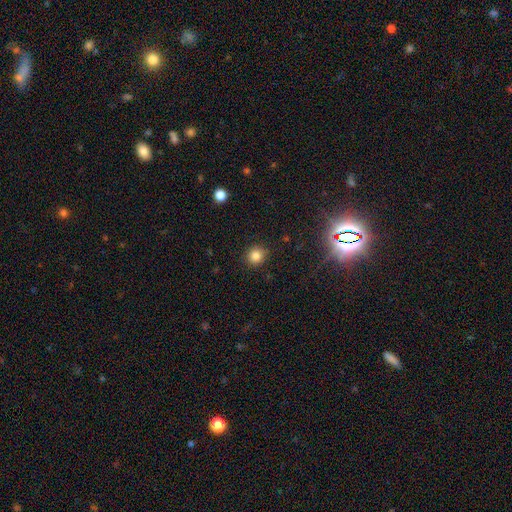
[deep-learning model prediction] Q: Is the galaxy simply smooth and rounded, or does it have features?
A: smooth — 82%.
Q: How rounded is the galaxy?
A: round — 87%.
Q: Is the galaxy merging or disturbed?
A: none — 89%.